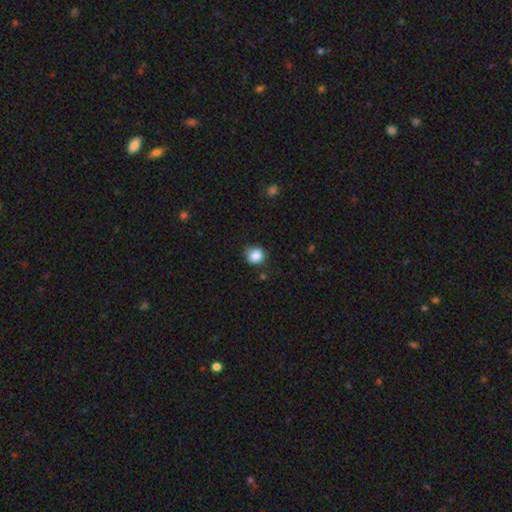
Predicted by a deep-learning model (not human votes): smooth_or_featured: smooth (p=0.85) [alt: star or artifact p=0.10]
how_rounded: round (p=0.83) [alt: in between p=0.16]
merging: none (p=0.77) [alt: minor disturbance p=0.17]